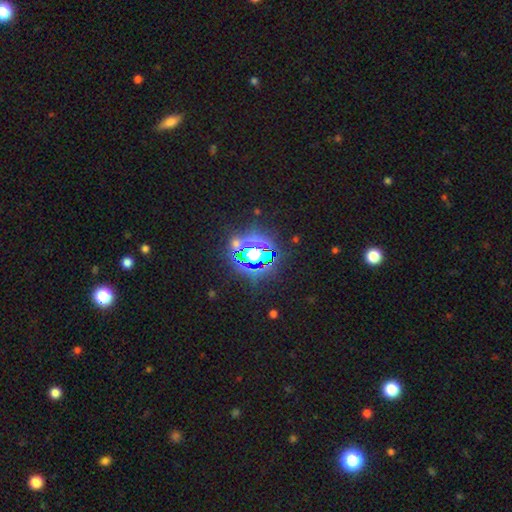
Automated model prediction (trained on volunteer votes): A star or artifact, not a galaxy (72%).